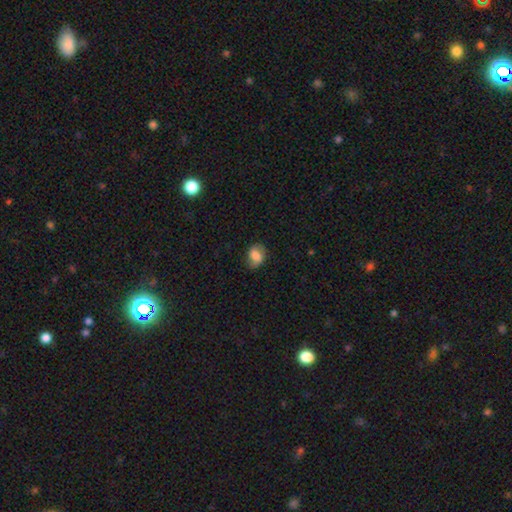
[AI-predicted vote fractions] Smooth or featured: smooth — 66% (featured or disk — 25%)
How rounded: in between — 66% (round — 32%)
Merging: none — 76% (minor disturbance — 18%)